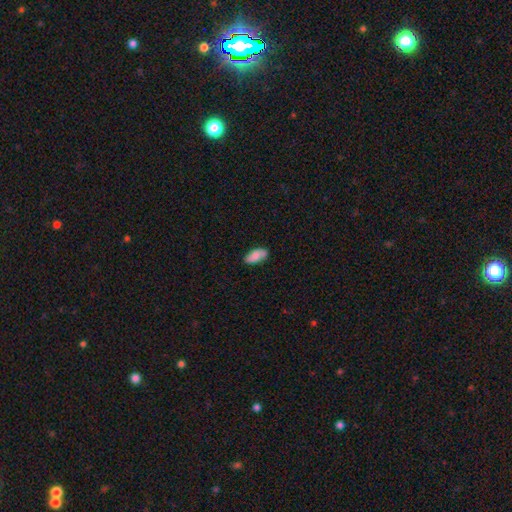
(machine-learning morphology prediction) type=smooth (76%); roundness=in between (89%); merging=none (79%).